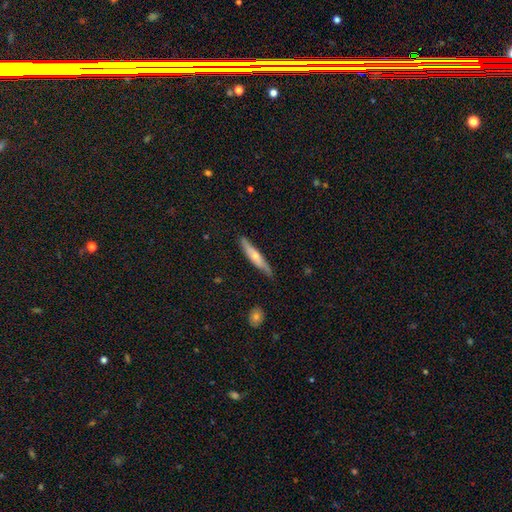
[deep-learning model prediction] The model was most divided on "smooth or featured": featured or disk: 52%, smooth: 42%, star or artifact: 6%. More confident: edge-on disk — yes (86%); merging — none (79%).